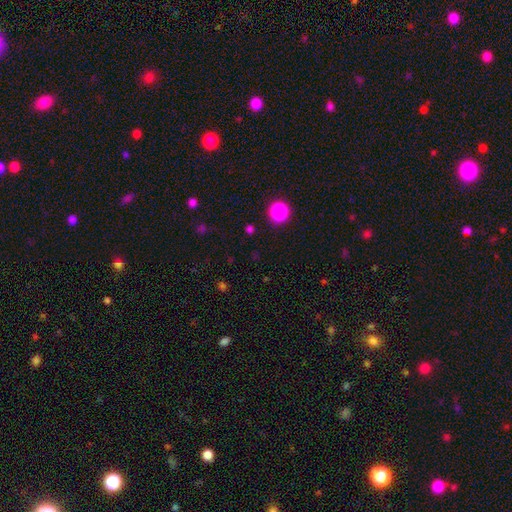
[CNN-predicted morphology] This appears to be a star or artifact, not a galaxy (47%, tied with smooth).